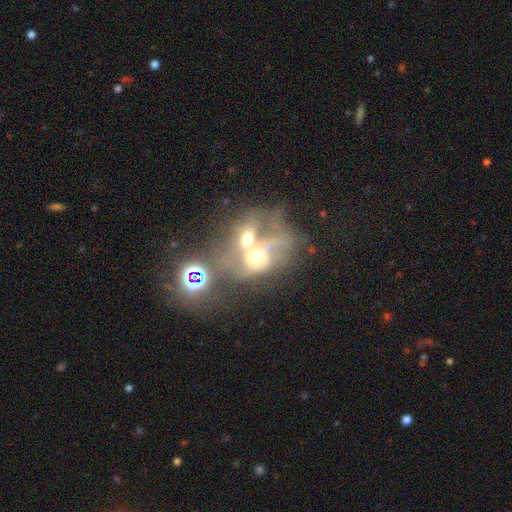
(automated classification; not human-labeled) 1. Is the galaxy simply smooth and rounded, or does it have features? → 42% featured or disk, 37% smooth, 22% star or artifact.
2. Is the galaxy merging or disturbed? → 70% merger, 14% major disturbance, 11% none, 6% minor disturbance.